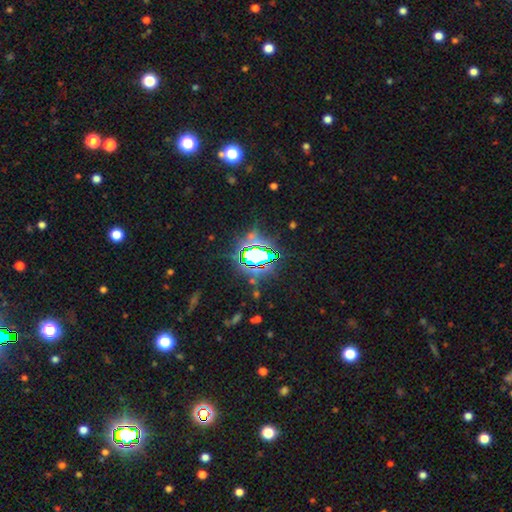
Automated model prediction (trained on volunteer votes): This appears to be a star or artifact, not a galaxy (75%).